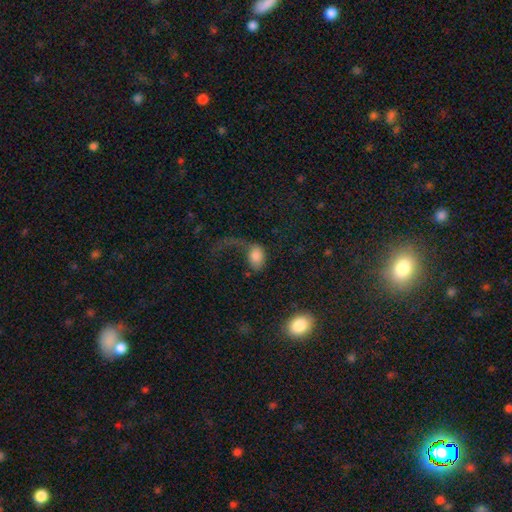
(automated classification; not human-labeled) smooth-or-featured: smooth: 70% | featured or disk: 19% | star or artifact: 10%
  how-rounded: in between: 82% | round: 16% | cigar-shaped: 2%
  merging: major disturbance: 58% | none: 20% | minor disturbance: 12% | merger: 9%